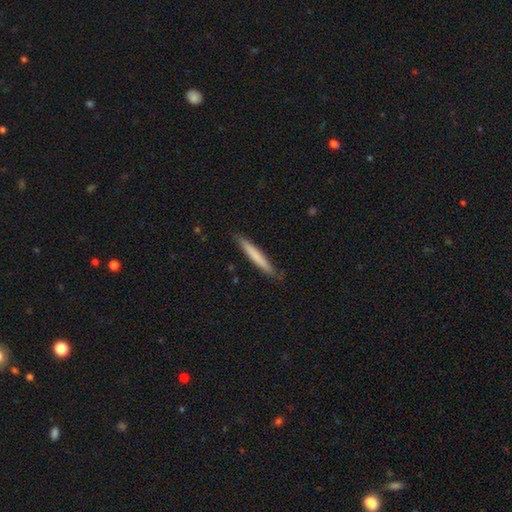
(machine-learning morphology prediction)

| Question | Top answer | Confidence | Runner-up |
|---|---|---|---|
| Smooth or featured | smooth | 72% | featured or disk (23%) |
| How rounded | cigar-shaped | 95% | in between (3%) |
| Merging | none | 85% | minor disturbance (12%) |